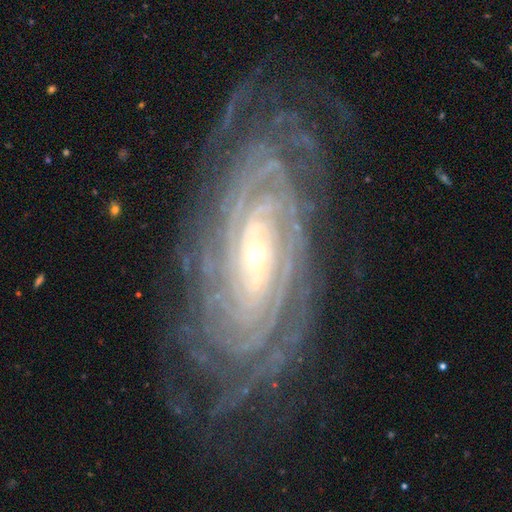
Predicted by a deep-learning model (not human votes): Smooth or featured? featured or disk (92%)
Edge-on disk? no (94%)
Bar? no (40%)
Spiral arms? yes (98%)
Spiral winding? tight (86%)
Spiral arm count? more than 4 (31%)
Bulge size? small (69%)
Merging? none (80%)